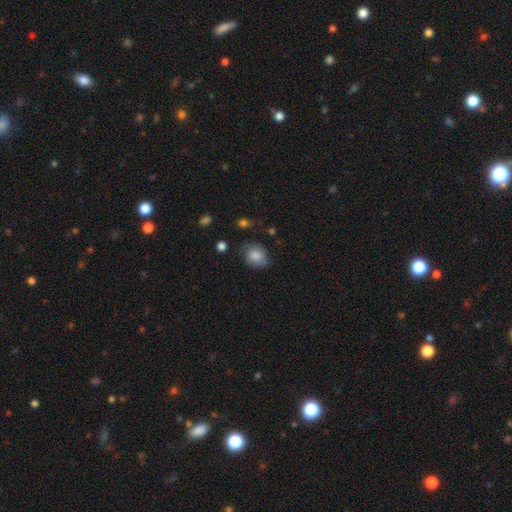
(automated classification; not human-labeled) Overall: smooth (77%). How rounded: round (52%; in between 47%). Merging: none (64%; minor disturbance 25%).